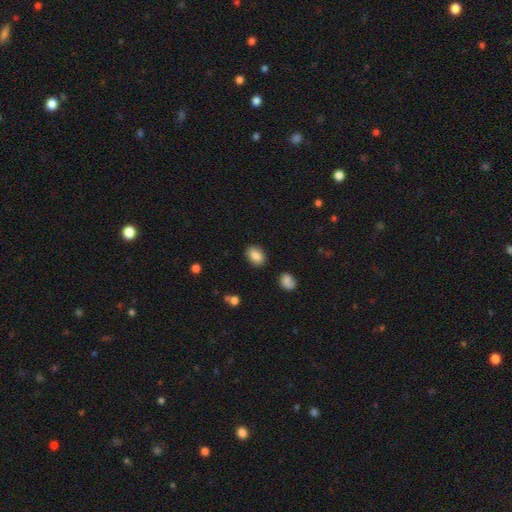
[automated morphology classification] type=smooth (85%); roundness=in between (83%); merging=none (86%).